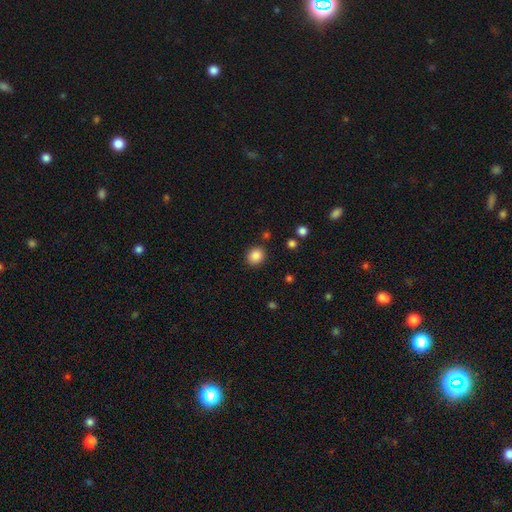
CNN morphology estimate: Overall: smooth (86%). How rounded: round (73%). Merging: none (88%).